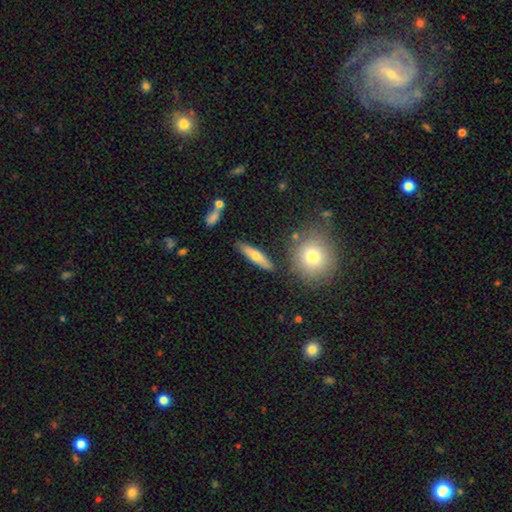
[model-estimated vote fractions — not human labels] This is possibly a smooth galaxy (59%). How rounded: likely cigar-shaped (69%). Merging: clearly none (83%).